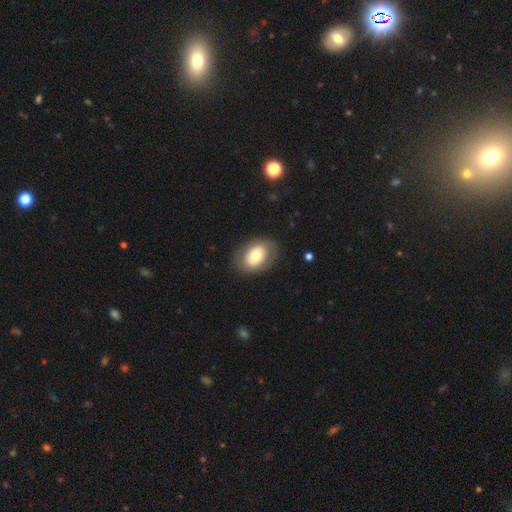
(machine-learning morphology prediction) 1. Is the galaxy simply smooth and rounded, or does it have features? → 68% smooth, 26% featured or disk, 7% star or artifact.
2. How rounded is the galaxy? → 76% in between, 23% round, 1% cigar-shaped.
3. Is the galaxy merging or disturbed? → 83% none, 12% minor disturbance, 5% major disturbance, 1% merger.